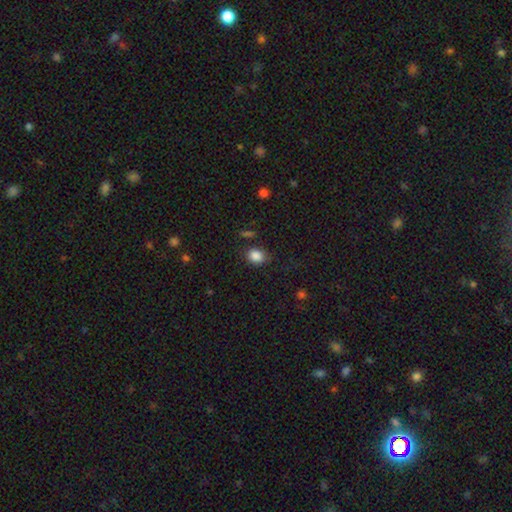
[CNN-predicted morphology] smooth 86%, star or artifact 10%, featured or disk 4%. Down the decision tree: how rounded — round (55%); merging — none (75%).